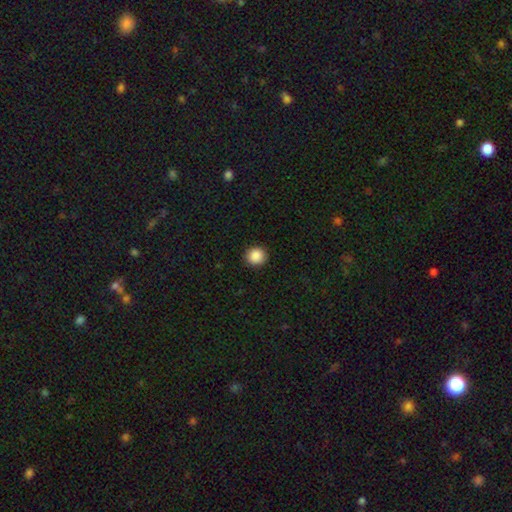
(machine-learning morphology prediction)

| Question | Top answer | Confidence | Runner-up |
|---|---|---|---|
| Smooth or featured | smooth | 89% | star or artifact (8%) |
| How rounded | round | 89% | in between (10%) |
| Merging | none | 92% | minor disturbance (6%) |